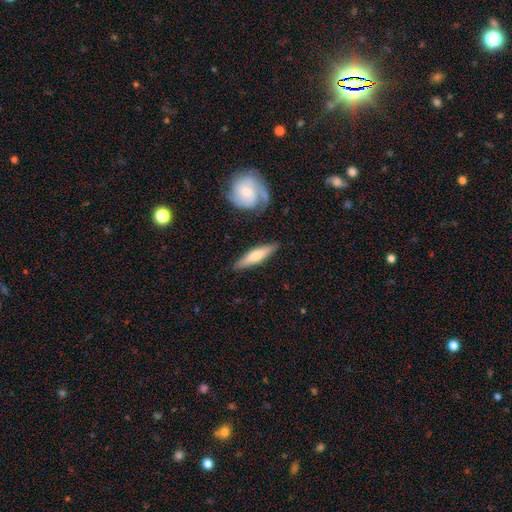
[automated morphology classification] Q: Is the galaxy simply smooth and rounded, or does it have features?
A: smooth — 58%.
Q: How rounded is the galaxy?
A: cigar-shaped — 78%.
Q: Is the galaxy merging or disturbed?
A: none — 83%.